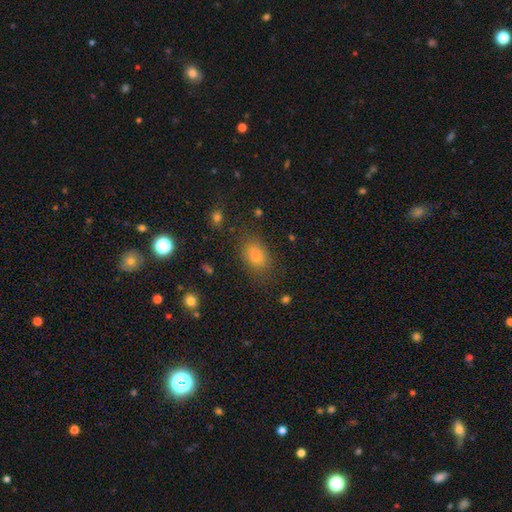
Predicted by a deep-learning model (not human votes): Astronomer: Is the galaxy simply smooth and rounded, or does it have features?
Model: smooth — 75%.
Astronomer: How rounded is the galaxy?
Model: in between — 80%.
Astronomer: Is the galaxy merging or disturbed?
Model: none — 81%.